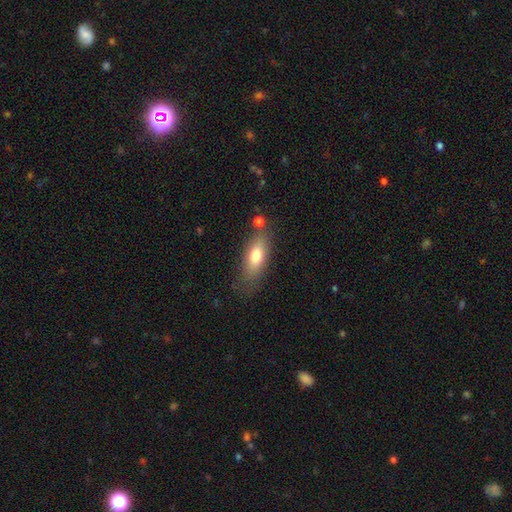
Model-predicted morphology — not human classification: Smooth or featured?
  - smooth: 74% *
  - featured or disk: 19%
  - star or artifact: 7%
How rounded?
  - in between: 71% *
  - cigar-shaped: 25%
  - round: 4%
Merging?
  - none: 69% *
  - minor disturbance: 18%
  - merger: 7%
  - major disturbance: 6%